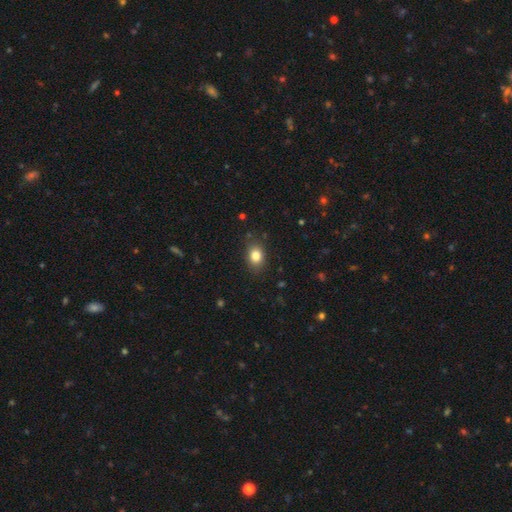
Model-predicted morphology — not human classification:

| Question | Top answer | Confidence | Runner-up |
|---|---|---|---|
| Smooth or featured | smooth | 83% | star or artifact (10%) |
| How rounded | in between | 64% | round (35%) |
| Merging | none | 84% | minor disturbance (12%) |